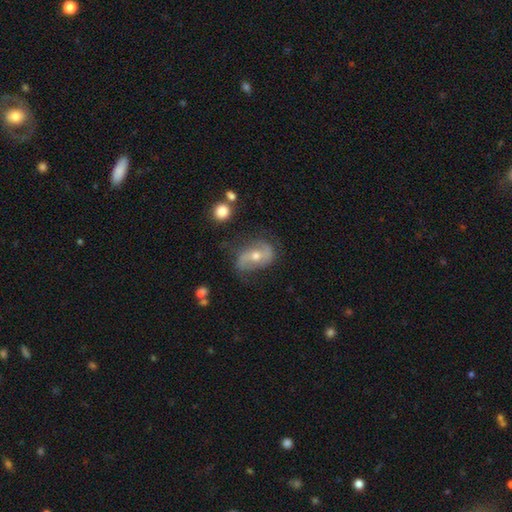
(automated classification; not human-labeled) smooth_or_featured: featured or disk (p=0.73) [alt: smooth p=0.20]
disk_edge_on: no (p=0.95) [alt: yes p=0.05]
bar: no (p=0.40) [alt: weak p=0.34]
has_spiral_arms: yes (p=0.85) [alt: no p=0.15]
spiral_winding: loose (p=0.57) [alt: medium p=0.31]
spiral_arm_count: 2 (p=0.86) [alt: can't tell p=0.07]
bulge_size: moderate (p=0.67) [alt: small p=0.28]
merging: none (p=0.64) [alt: minor disturbance p=0.23]